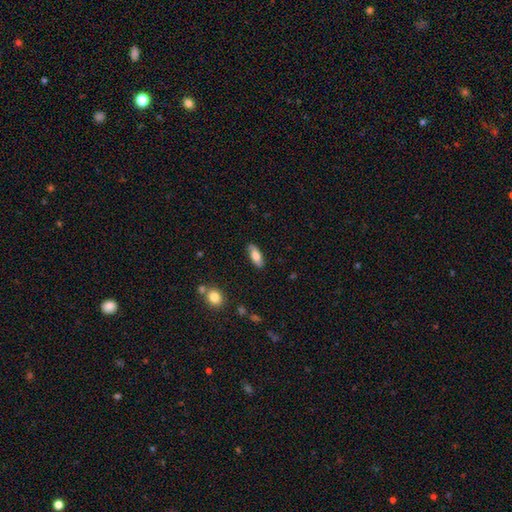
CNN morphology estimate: Smooth or featured?
  - smooth: 75% *
  - featured or disk: 19%
  - star or artifact: 6%
How rounded?
  - in between: 77% *
  - cigar-shaped: 21%
  - round: 2%
Merging?
  - none: 85% *
  - minor disturbance: 11%
  - major disturbance: 2%
  - merger: 1%